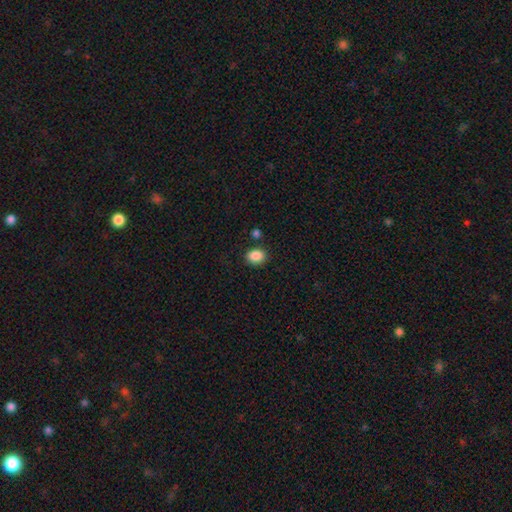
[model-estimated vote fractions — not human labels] This is clearly a smooth galaxy (87%). How rounded: possibly in between (54%). Merging: clearly none (83%).